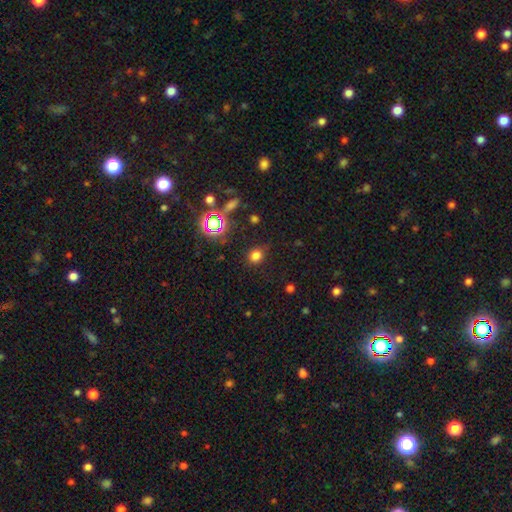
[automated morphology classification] This appears to be a smooth galaxy with no disk features (73%) that is round (74%). Merging: none (82%).